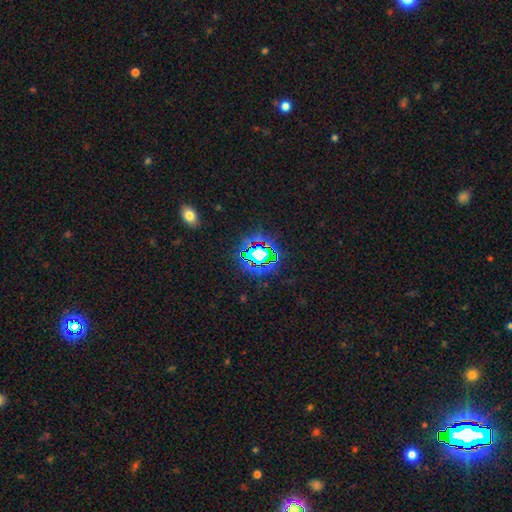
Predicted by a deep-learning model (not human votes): Smooth or featured? Predicted: star or artifact (p=0.71).